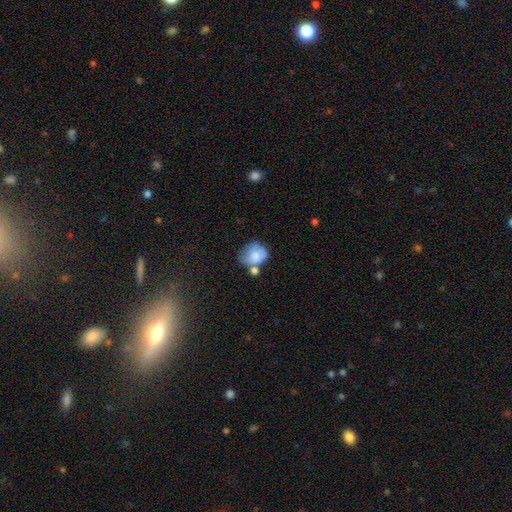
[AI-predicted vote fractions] Morphology: type=smooth (72%); roundness=round (61%); merging=none (33%).